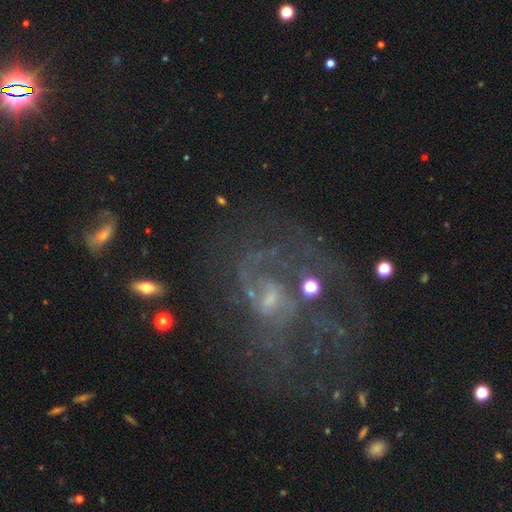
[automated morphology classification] A featured or disk galaxy (71%) with no bar (60%), spiral arms (72%) and a small central bulge (56%). Merging: none (39%).